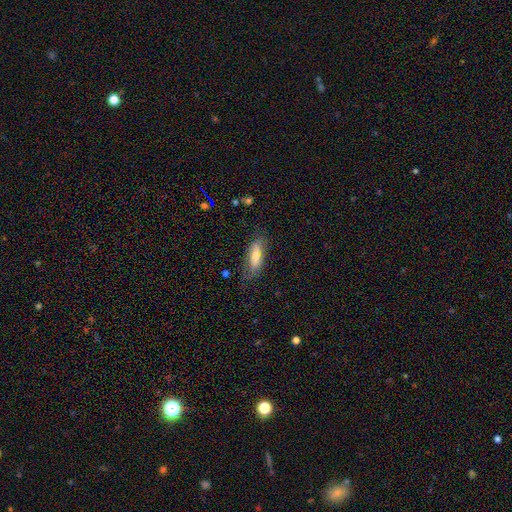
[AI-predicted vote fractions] smooth_or_featured: smooth (p=0.65) [alt: featured or disk p=0.27]
how_rounded: in between (p=0.59) [alt: cigar-shaped p=0.38]
merging: none (p=0.68) [alt: minor disturbance p=0.22]